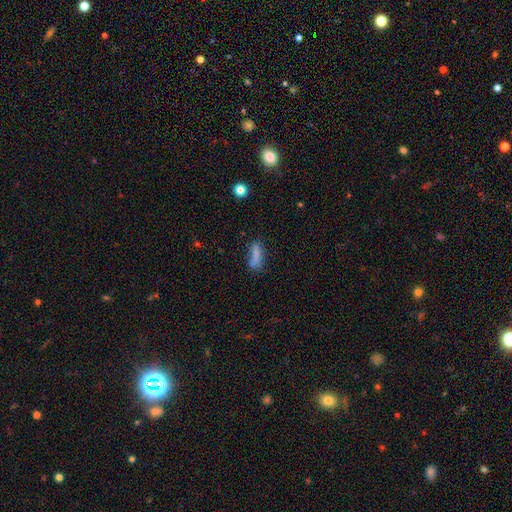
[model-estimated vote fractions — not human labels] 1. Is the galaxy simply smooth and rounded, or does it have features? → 79% smooth, 11% featured or disk, 10% star or artifact.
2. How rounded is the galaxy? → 57% in between, 41% cigar-shaped, 3% round.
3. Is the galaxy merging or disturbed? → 53% none, 25% minor disturbance, 12% major disturbance, 9% merger.